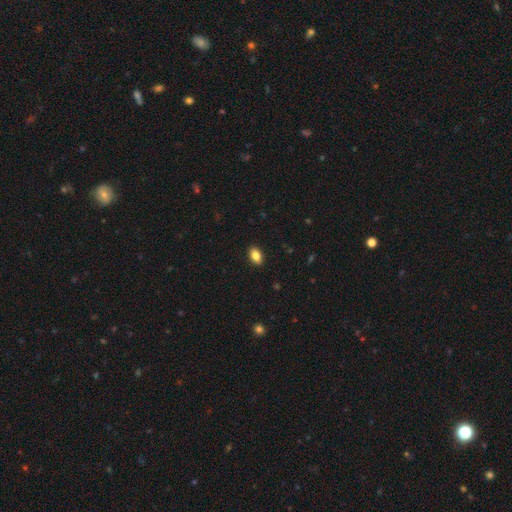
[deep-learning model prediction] smooth_or_featured: smooth (p=0.86) [alt: star or artifact p=0.08]
how_rounded: in between (p=0.89) [alt: round p=0.10]
merging: none (p=0.90) [alt: minor disturbance p=0.07]